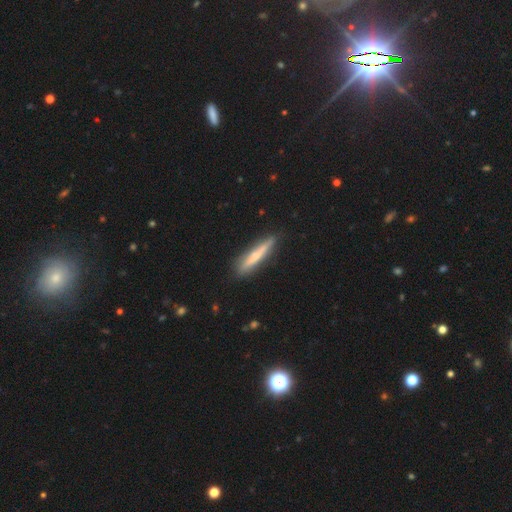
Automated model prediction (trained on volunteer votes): The model was most divided on "smooth or featured": smooth: 58%, featured or disk: 36%, star or artifact: 6%. More confident: how rounded — cigar-shaped (92%); merging — none (87%).